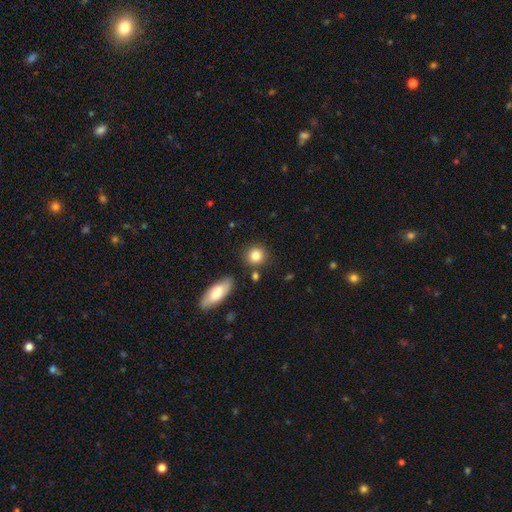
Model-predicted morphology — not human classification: type=smooth (84%); roundness=round (83%); merging=none (81%).